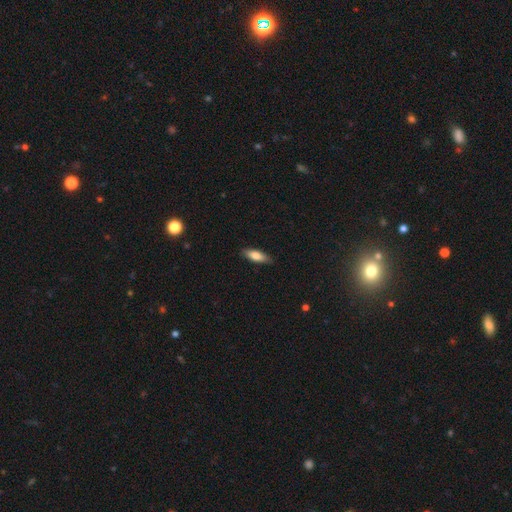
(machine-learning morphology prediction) A smooth galaxy with no disk features (73%) that is in between round and cigar-shaped (56%). Merging: none (85%).